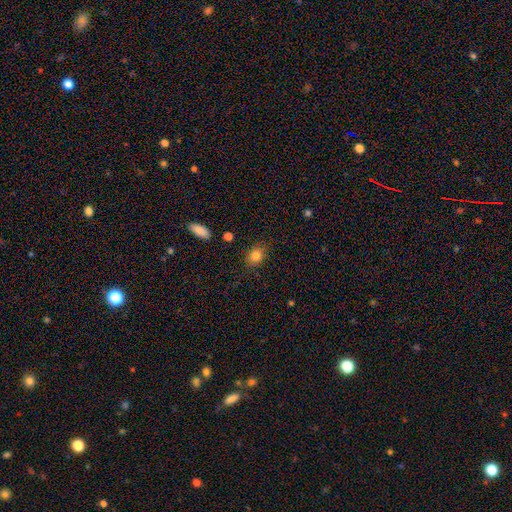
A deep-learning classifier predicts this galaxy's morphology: Q: Smooth or featured?
A: smooth (83%); runner-up: star or artifact (10%)
Q: How rounded?
A: in between (56%); runner-up: round (42%)
Q: Merging?
A: none (82%); runner-up: minor disturbance (13%)